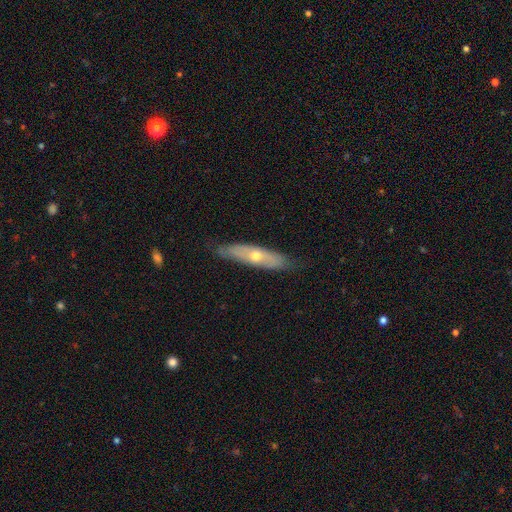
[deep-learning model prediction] smooth-or-featured: featured or disk: 52% | smooth: 41% | star or artifact: 7%
  disk-edge-on: yes: 57% | no: 43%
  merging: none: 79% | minor disturbance: 17% | major disturbance: 3% | merger: 1%